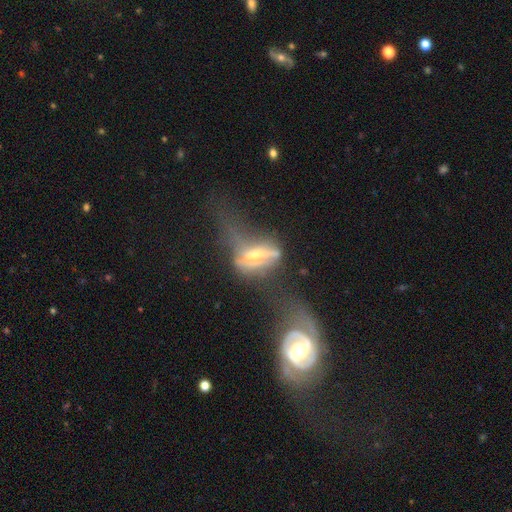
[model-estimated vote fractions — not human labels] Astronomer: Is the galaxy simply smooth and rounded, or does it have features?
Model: featured or disk — 69%.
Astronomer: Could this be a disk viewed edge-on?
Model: yes — 53% (runner-up: no, 47%).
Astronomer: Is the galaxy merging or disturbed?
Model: major disturbance — 40% (runner-up: none, 23%).